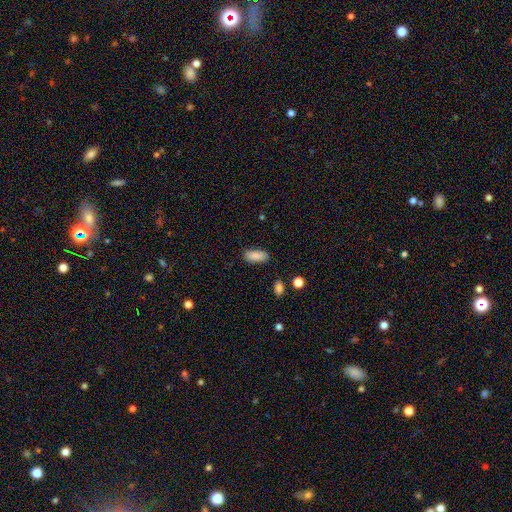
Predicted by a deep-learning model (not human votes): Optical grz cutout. It shows a smooth galaxy with no disk features (87%) that is in between round and cigar-shaped (86%). Merging: none (82%).